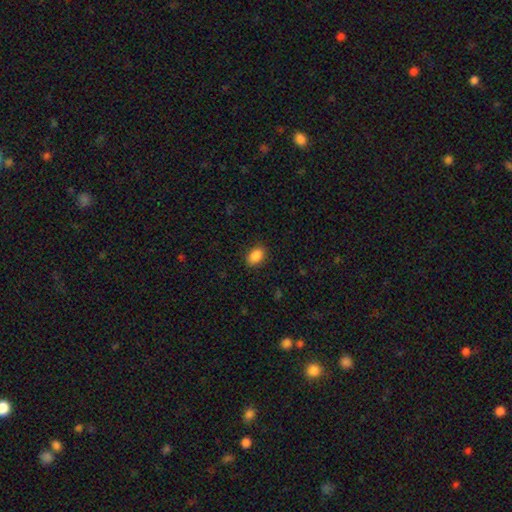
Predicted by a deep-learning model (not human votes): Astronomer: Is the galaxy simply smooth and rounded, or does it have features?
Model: smooth — 88%.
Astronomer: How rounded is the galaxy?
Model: in between — 81%.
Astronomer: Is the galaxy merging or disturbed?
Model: none — 88%.